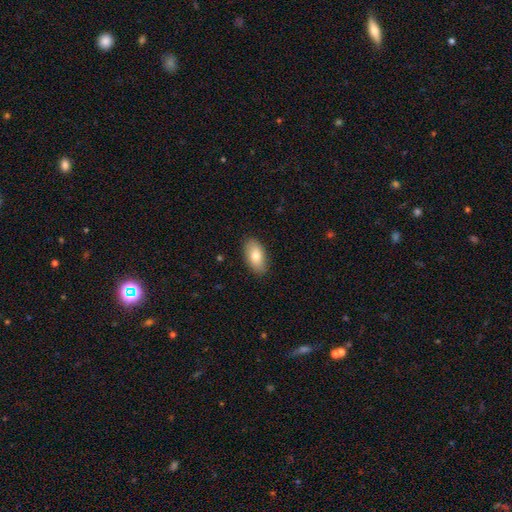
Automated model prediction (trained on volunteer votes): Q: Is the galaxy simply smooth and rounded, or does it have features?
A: smooth — 79%.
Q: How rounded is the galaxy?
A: in between — 93%.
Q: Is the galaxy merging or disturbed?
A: none — 88%.